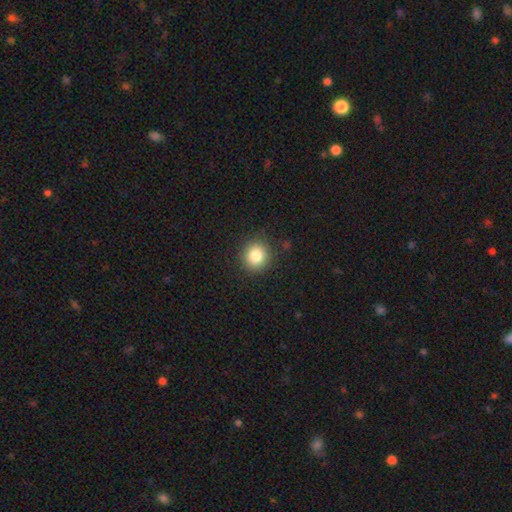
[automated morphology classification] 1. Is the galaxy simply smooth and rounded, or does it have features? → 82% smooth, 11% star or artifact, 7% featured or disk.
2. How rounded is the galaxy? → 89% round, 11% in between, 1% cigar-shaped.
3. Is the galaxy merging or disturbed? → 88% none, 8% minor disturbance, 3% major disturbance, 1% merger.